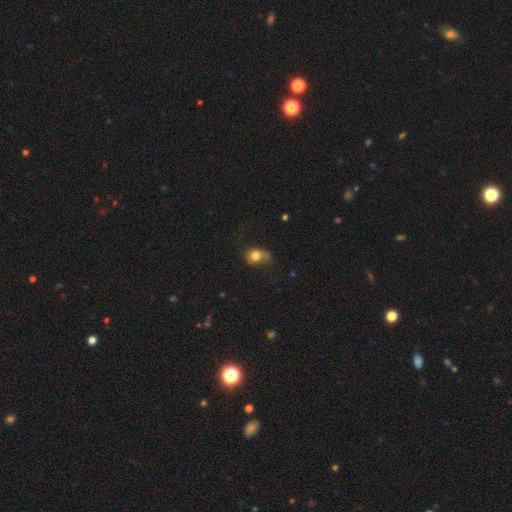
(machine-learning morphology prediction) A smooth galaxy with no disk features (74%) that is in between round and cigar-shaped (54%). Merging: none (45%).